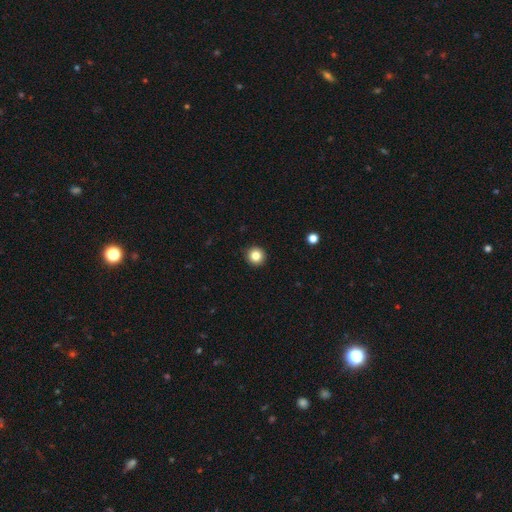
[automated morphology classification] The model was most divided on "smooth or featured": smooth: 84%, star or artifact: 11%, featured or disk: 6%. More confident: how rounded — round (95%); merging — none (93%).